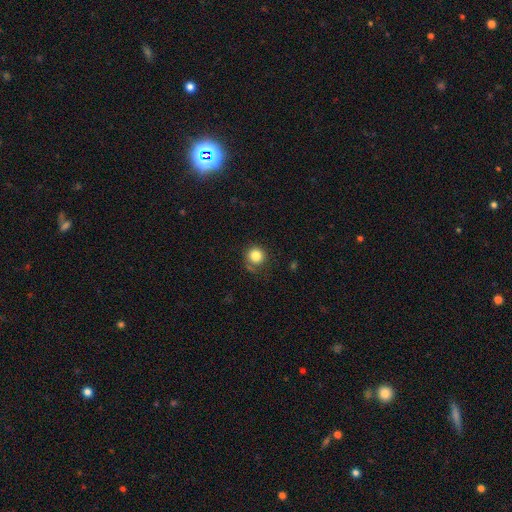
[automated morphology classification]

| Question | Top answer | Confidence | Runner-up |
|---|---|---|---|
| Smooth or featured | smooth | 82% | star or artifact (11%) |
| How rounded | round | 93% | in between (6%) |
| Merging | none | 75% | minor disturbance (16%) |